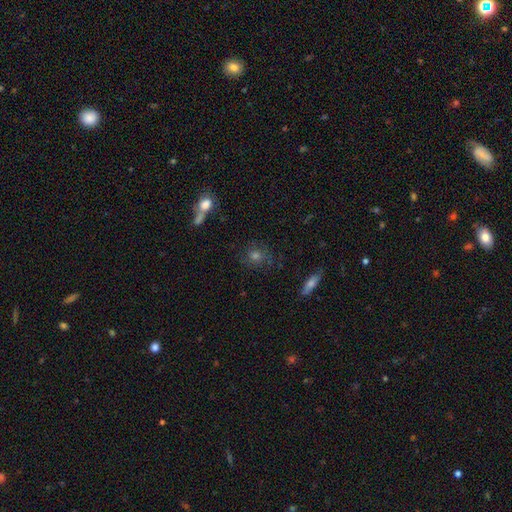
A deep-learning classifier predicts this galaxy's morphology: Q: Smooth or featured?
A: smooth (50%); runner-up: featured or disk (25%)
Q: How rounded?
A: round (76%); runner-up: in between (21%)
Q: Merging?
A: none (77%); runner-up: minor disturbance (13%)